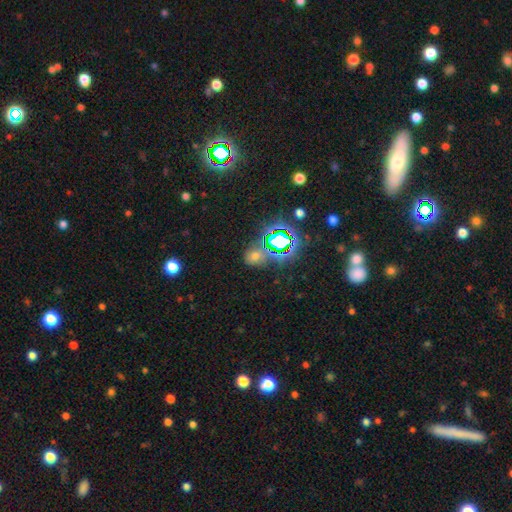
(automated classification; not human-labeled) A star or artifact, not a galaxy (55%).